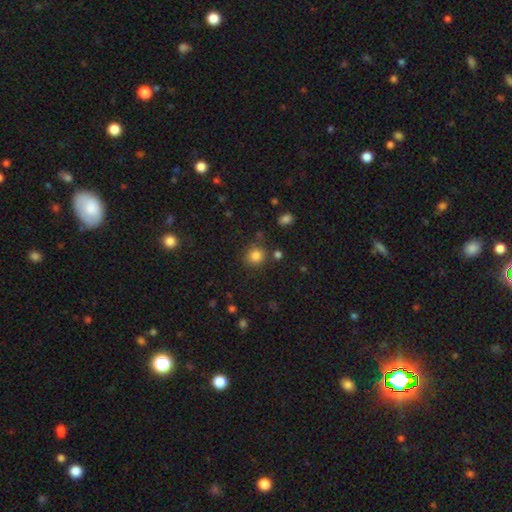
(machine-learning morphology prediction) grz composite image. It shows a smooth galaxy with no disk features (83%) that is round (84%). Merging: none (78%).